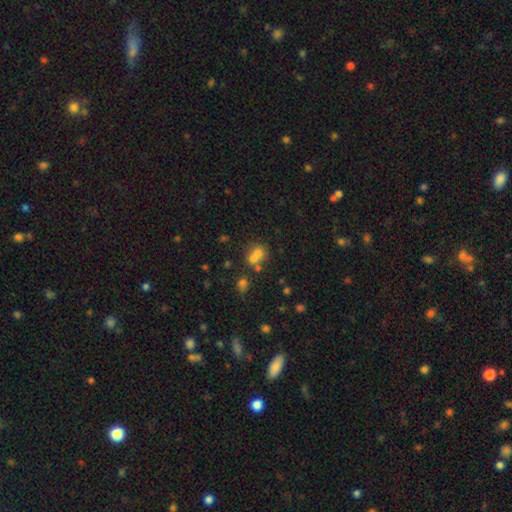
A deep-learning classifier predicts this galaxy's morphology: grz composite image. It shows a smooth galaxy with no disk features (64%) that is round (66%). Merging: merger (53%).